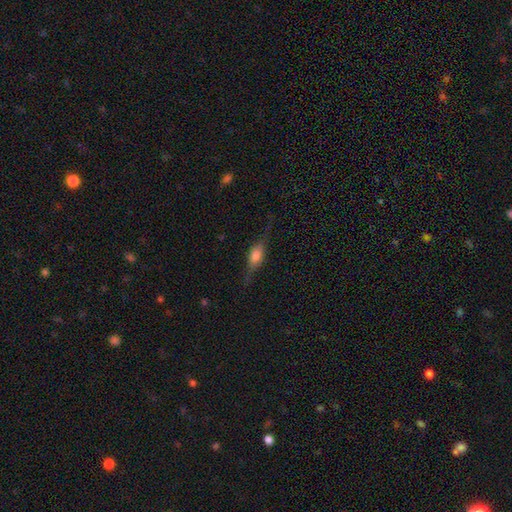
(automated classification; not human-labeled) A smooth galaxy with no disk features (46%, tied with featured or disk). Merging: none (71%).